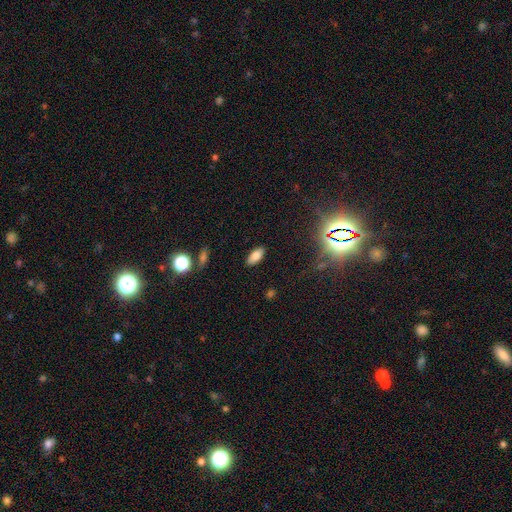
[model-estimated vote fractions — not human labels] A smooth galaxy with no disk features (80%) that is in between round and cigar-shaped (88%).

Vote fractions:
- Smooth or featured? smooth: 80% / star or artifact: 10% / featured or disk: 10%
- How rounded? in between: 88% / cigar-shaped: 9% / round: 2%
- Merging? none: 88% / minor disturbance: 9% / major disturbance: 2% / merger: 1%